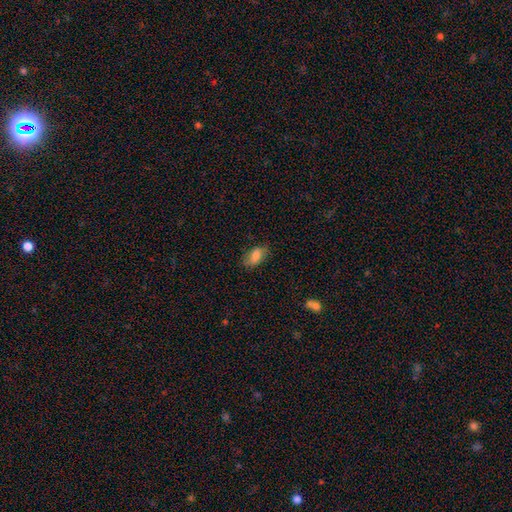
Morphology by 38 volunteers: This is clearly a smooth galaxy (87%). How rounded: clearly in between (94%). Merging: likely none (65%).